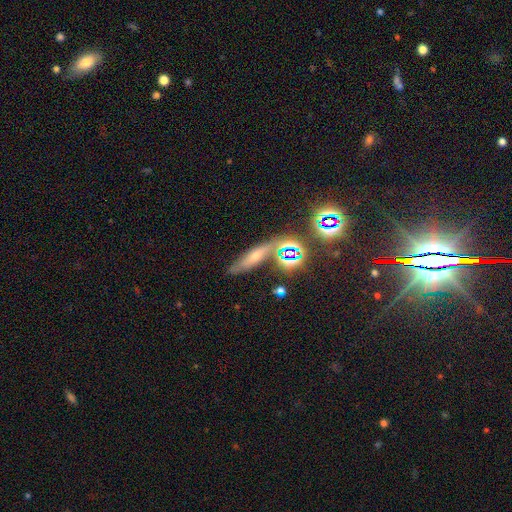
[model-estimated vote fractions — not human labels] Smooth or featured? Predicted: smooth (p=0.38). Merging? Predicted: none (p=0.61).